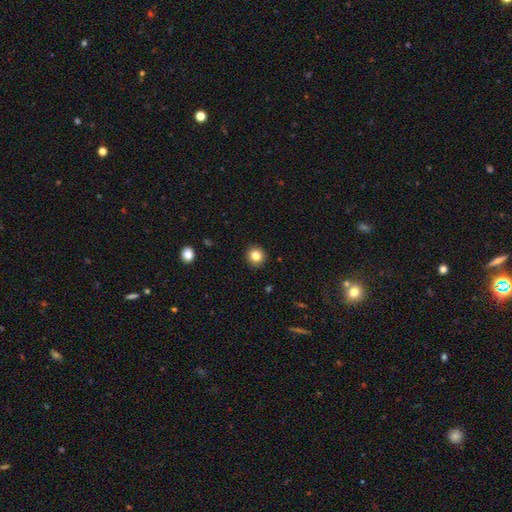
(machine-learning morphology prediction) Smooth or featured?
  - smooth: 83% *
  - star or artifact: 11%
  - featured or disk: 6%
How rounded?
  - round: 91% *
  - in between: 8%
  - cigar-shaped: 1%
Merging?
  - none: 92% *
  - minor disturbance: 5%
  - major disturbance: 2%
  - merger: 1%